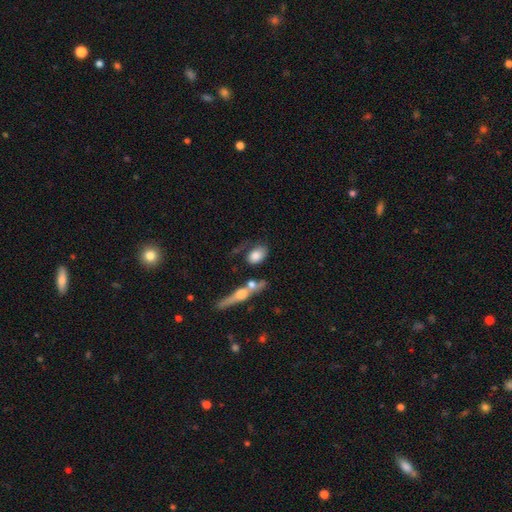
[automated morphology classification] Smooth or featured? Predicted: smooth (p=0.73). How rounded? Predicted: in between (p=0.79). Merging? Predicted: none (p=0.44).